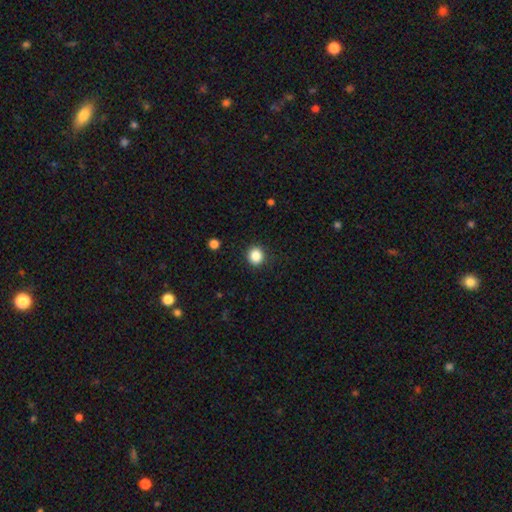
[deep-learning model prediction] Overall: smooth (86%). How rounded: round (88%). Merging: none (90%).